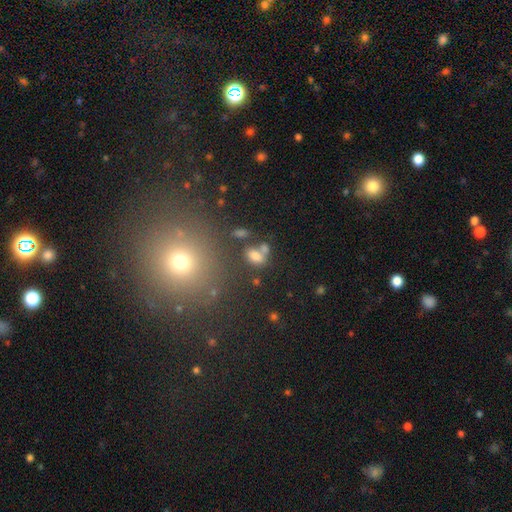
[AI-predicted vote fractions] smooth 71%, star or artifact 18%, featured or disk 11%. Down the decision tree: how rounded — in between (76%); merging — none (54%).